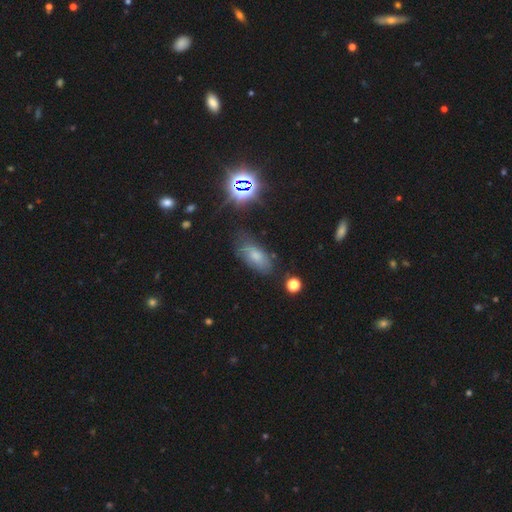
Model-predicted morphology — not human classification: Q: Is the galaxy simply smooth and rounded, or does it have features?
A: smooth — 60%.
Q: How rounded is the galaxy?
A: in between — 86%.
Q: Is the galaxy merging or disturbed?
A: none — 64%.